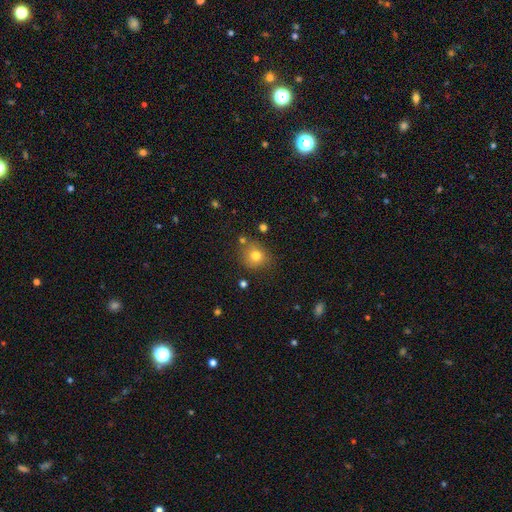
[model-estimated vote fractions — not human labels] A smooth galaxy with no disk features (78%) that is round (81%). Merging: none (75%).